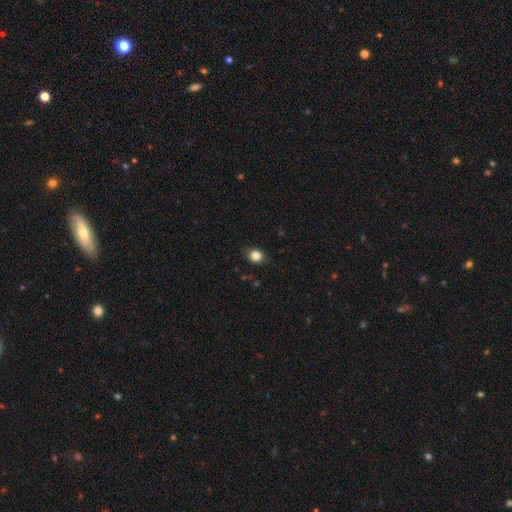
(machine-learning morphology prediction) A smooth galaxy with no disk features (84%) that is round (58%). Merging: none (83%).